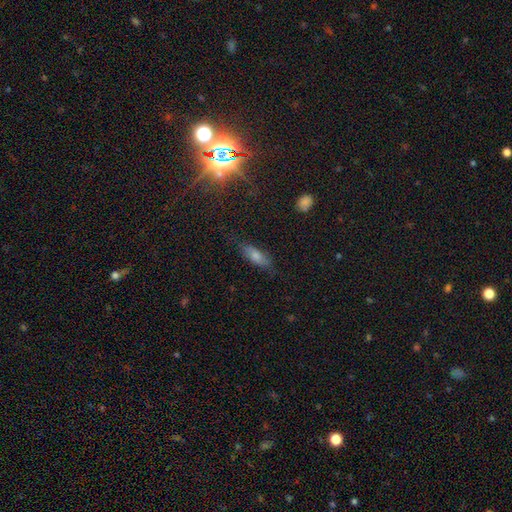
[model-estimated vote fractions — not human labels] Smooth or featured? Predicted: smooth (p=0.74). How rounded? Predicted: in between (p=0.70). Merging? Predicted: none (p=0.73).